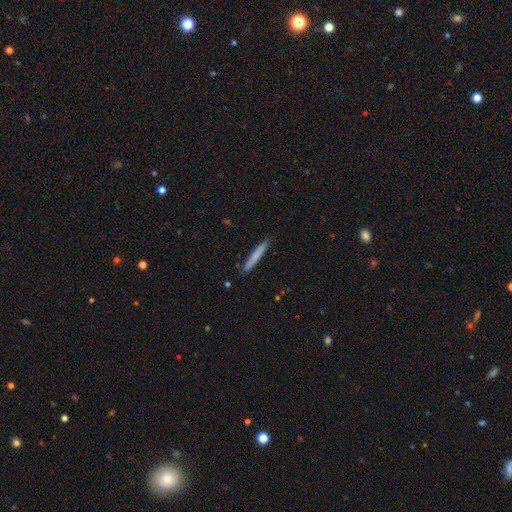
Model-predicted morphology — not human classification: Smooth or featured: smooth — 71% (featured or disk — 23%)
How rounded: cigar-shaped — 96% (in between — 3%)
Merging: none — 89% (minor disturbance — 8%)